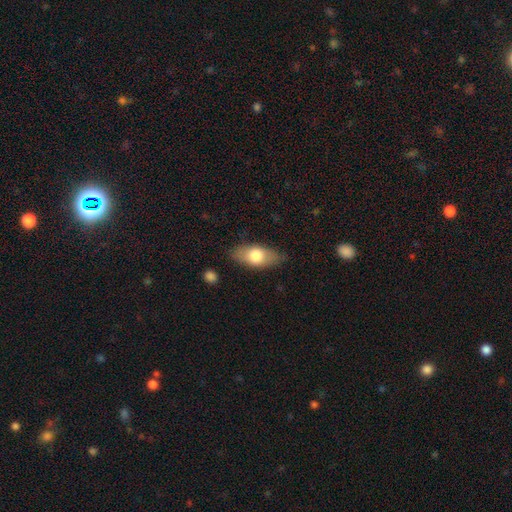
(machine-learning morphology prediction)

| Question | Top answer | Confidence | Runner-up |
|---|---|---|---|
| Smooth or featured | smooth | 69% | featured or disk (25%) |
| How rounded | in between | 85% | cigar-shaped (11%) |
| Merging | none | 80% | minor disturbance (15%) |